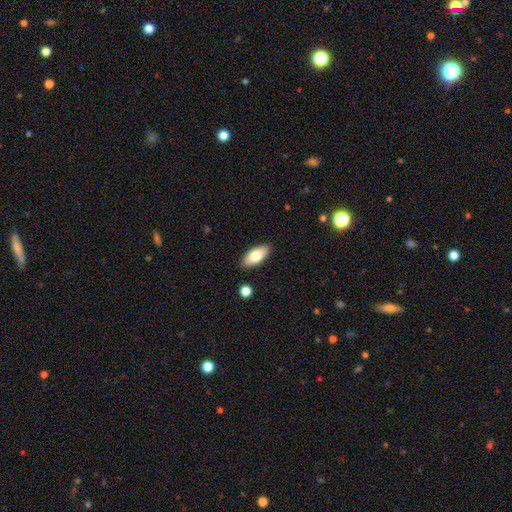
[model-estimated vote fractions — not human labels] Q: Smooth or featured?
A: smooth (76%); runner-up: featured or disk (17%)
Q: How rounded?
A: in between (89%); runner-up: cigar-shaped (9%)
Q: Merging?
A: none (88%); runner-up: minor disturbance (8%)